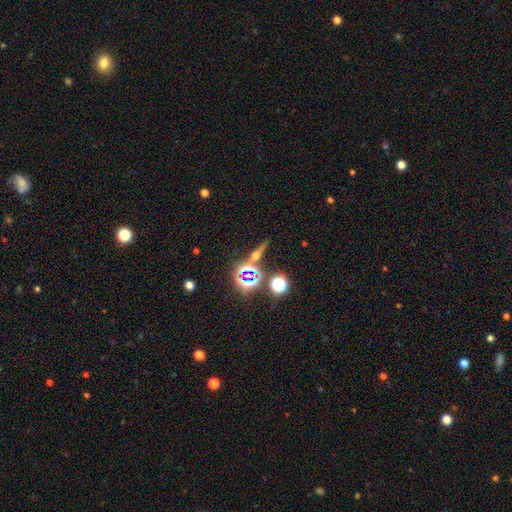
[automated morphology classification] A featured or disk galaxy (42%). Merging: none (76%).